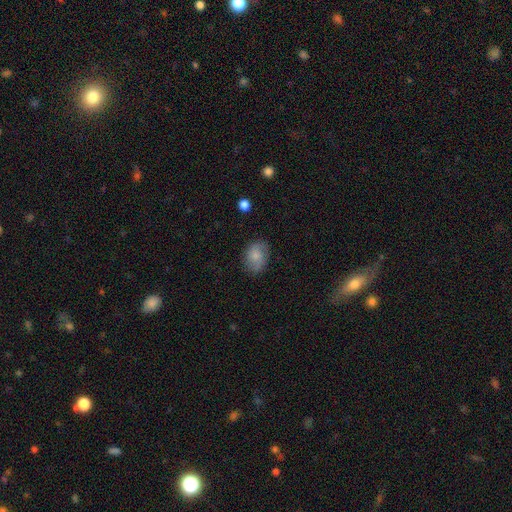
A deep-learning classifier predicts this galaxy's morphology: type=smooth (71%); roundness=in between (67%); merging=none (76%).